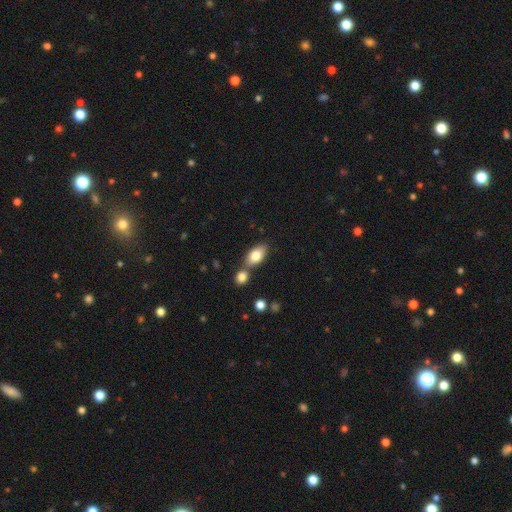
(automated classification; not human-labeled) Smooth or featured? smooth (80%)
How rounded? in between (89%)
Merging? none (58%)